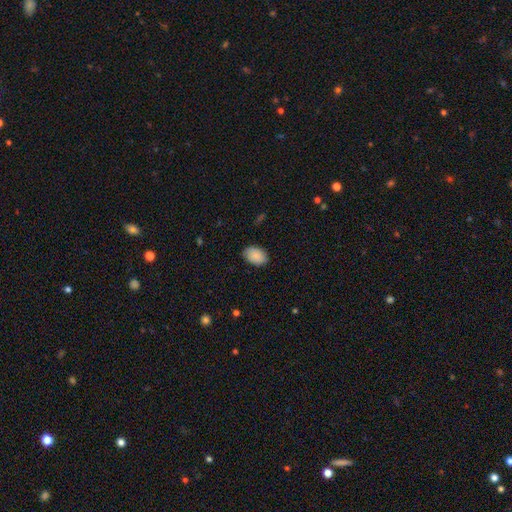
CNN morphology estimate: type=smooth (90%); roundness=in between (87%); merging=none (85%).